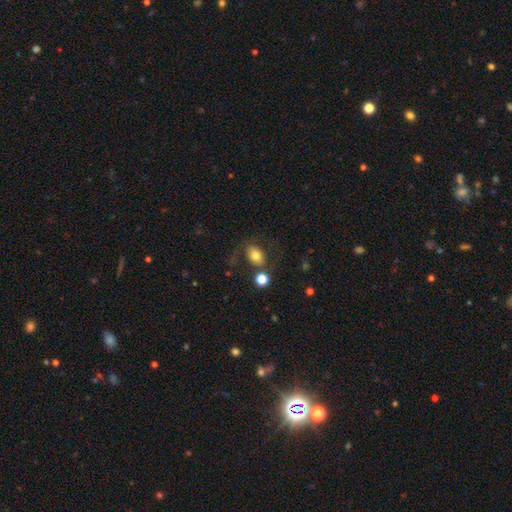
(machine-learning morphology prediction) This is likely a smooth galaxy (75%). How rounded: likely in between (67%). Merging: likely none (64%).